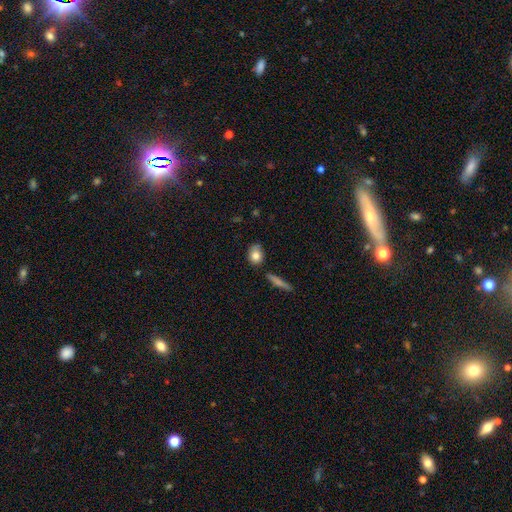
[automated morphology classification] type=smooth (79%); roundness=in between (57%); merging=none (67%).